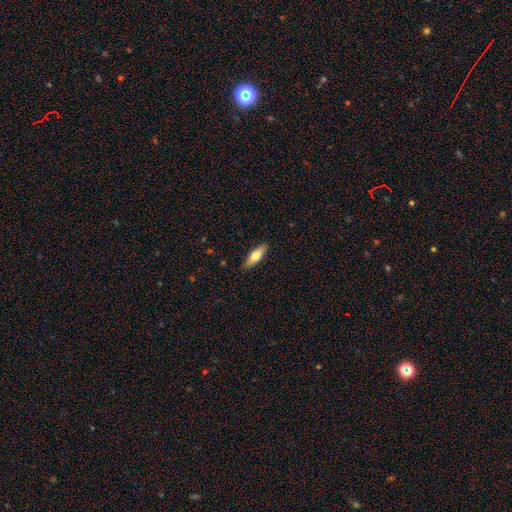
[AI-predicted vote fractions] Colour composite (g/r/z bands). It shows a smooth galaxy with no disk features (65%) that is in between round and cigar-shaped (53%). Merging: none (87%).